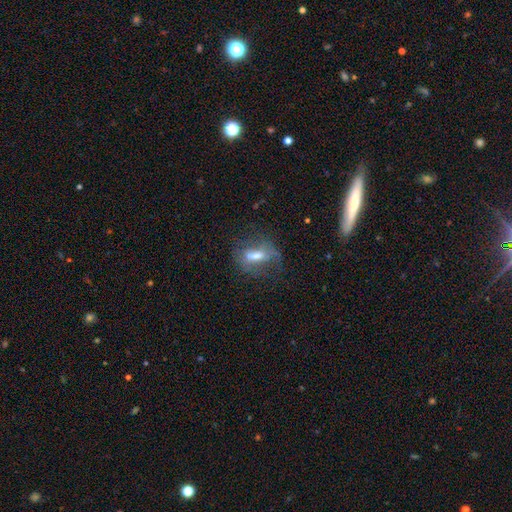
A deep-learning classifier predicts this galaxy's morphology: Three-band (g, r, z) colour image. It shows a featured or disk galaxy (46%). Merging: none (53%).